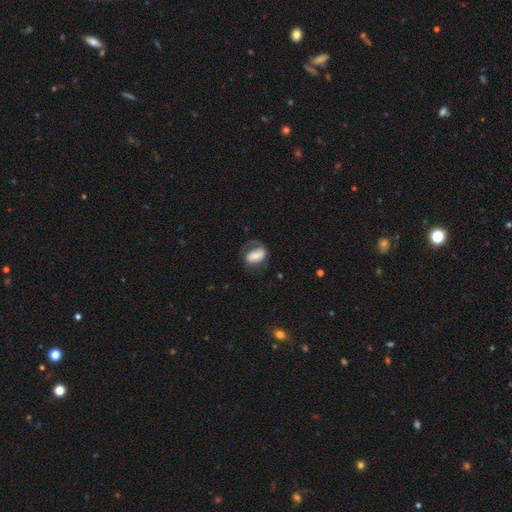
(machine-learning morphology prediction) Smooth or featured? Predicted: featured or disk (p=0.51). Edge-on disk? Predicted: no (p=0.96). Merging? Predicted: none (p=0.47).